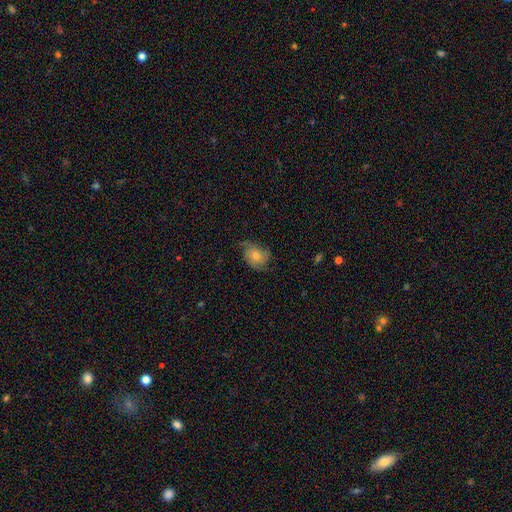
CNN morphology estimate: featured or disk 56%, smooth 33%, star or artifact 11%. Down the decision tree: edge-on disk — no (96%); bar — no (80%); spiral arms — yes (88%); bulge size — moderate (56%); merging — none (61%).